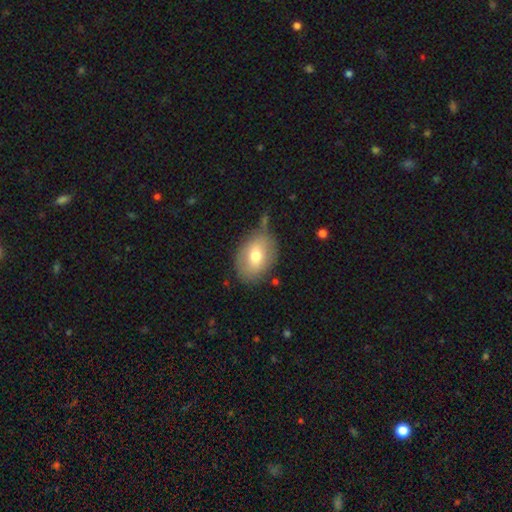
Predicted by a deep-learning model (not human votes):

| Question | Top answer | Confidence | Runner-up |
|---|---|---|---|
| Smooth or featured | smooth | 67% | featured or disk (26%) |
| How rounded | in between | 76% | round (22%) |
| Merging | none | 65% | minor disturbance (21%) |